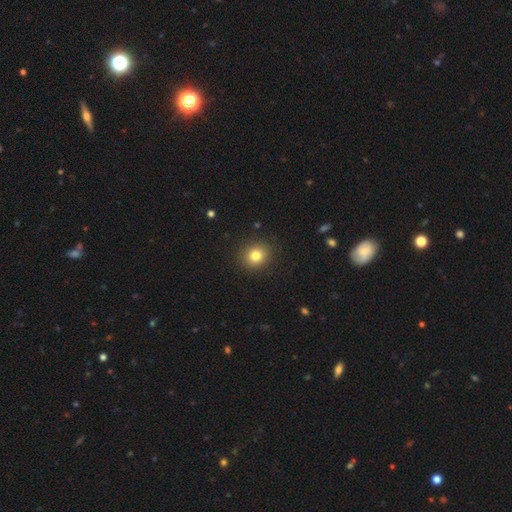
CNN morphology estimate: Smooth or featured? smooth (81%)
How rounded? round (85%)
Merging? none (91%)